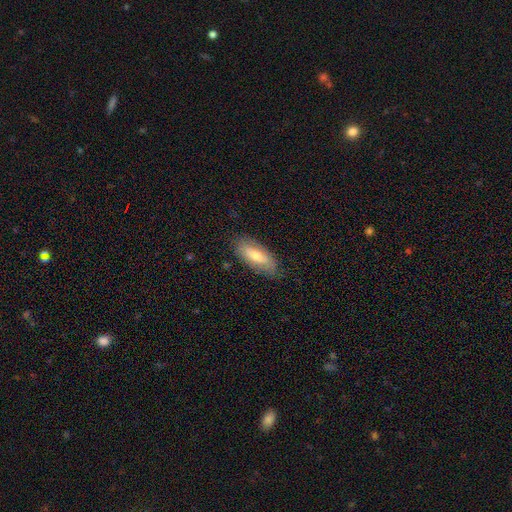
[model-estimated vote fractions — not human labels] Morphology: type=smooth (62%); roundness=in between (80%); merging=none (79%).